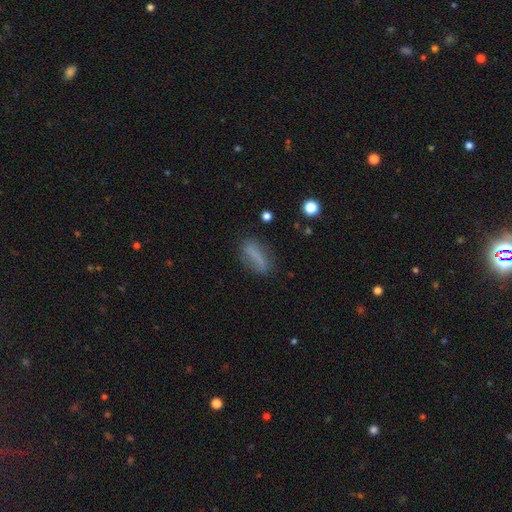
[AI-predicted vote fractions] Morphology: type=smooth (66%); roundness=in between (49%); merging=none (70%).